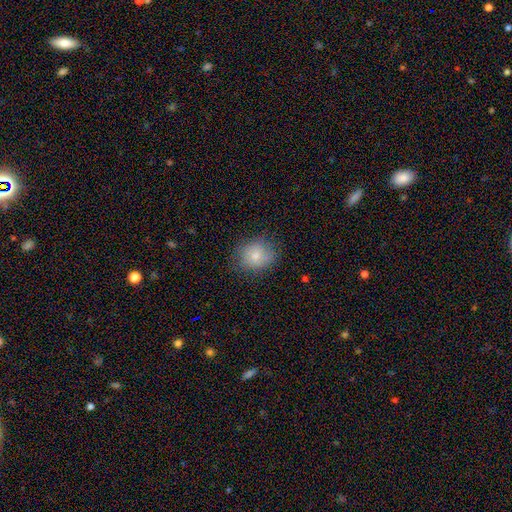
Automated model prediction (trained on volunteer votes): smooth-or-featured: smooth: 76% | featured or disk: 15% | star or artifact: 9%
  how-rounded: round: 67% | in between: 32% | cigar-shaped: 1%
  merging: none: 75% | minor disturbance: 18% | major disturbance: 6% | merger: 1%